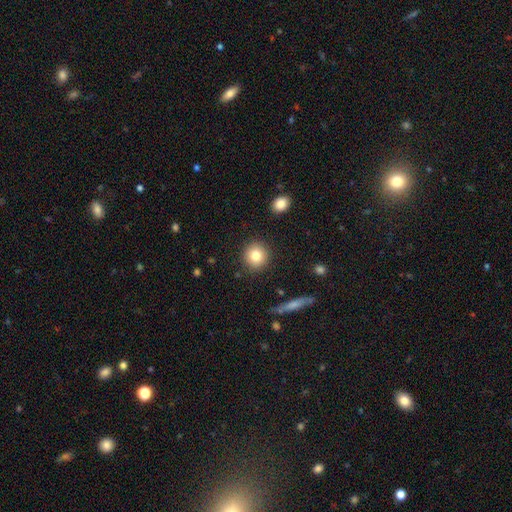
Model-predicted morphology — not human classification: type=smooth (81%); roundness=round (91%); merging=none (90%).